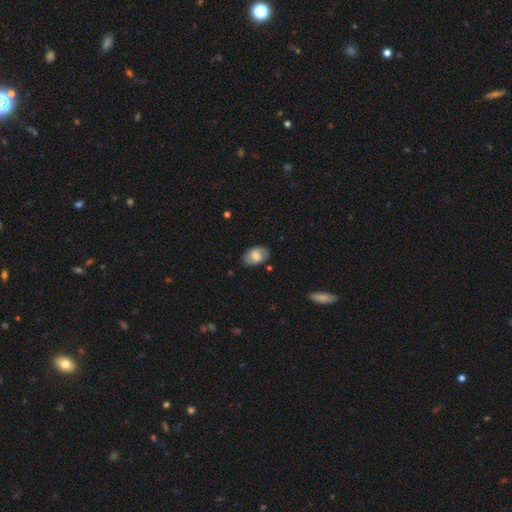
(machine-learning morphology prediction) smooth 61%, featured or disk 31%, star or artifact 7%. Down the decision tree: how rounded — in between (87%); merging — none (80%).